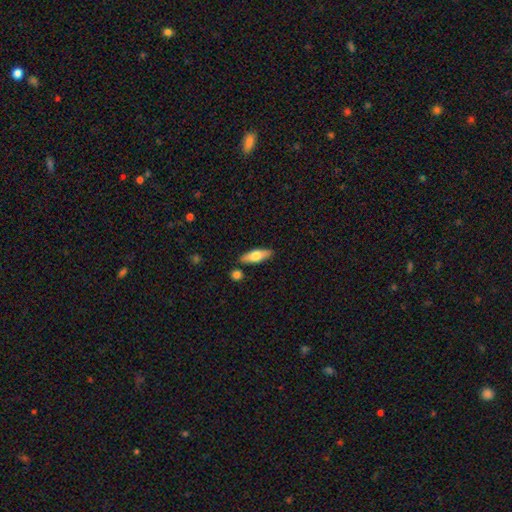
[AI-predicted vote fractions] smooth-or-featured: smooth: 65% | featured or disk: 29% | star or artifact: 6%
  how-rounded: in between: 62% | cigar-shaped: 35% | round: 3%
  merging: none: 83% | minor disturbance: 10% | merger: 5% | major disturbance: 2%